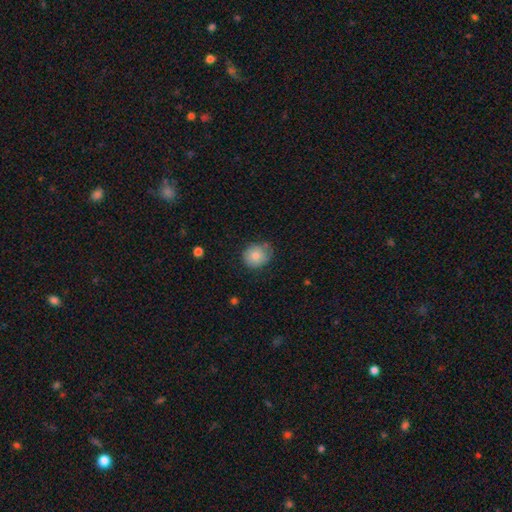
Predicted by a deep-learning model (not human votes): smooth-or-featured: smooth: 79% | featured or disk: 12% | star or artifact: 9%
  how-rounded: round: 77% | in between: 22% | cigar-shaped: 1%
  merging: none: 67% | minor disturbance: 26% | major disturbance: 5% | merger: 2%